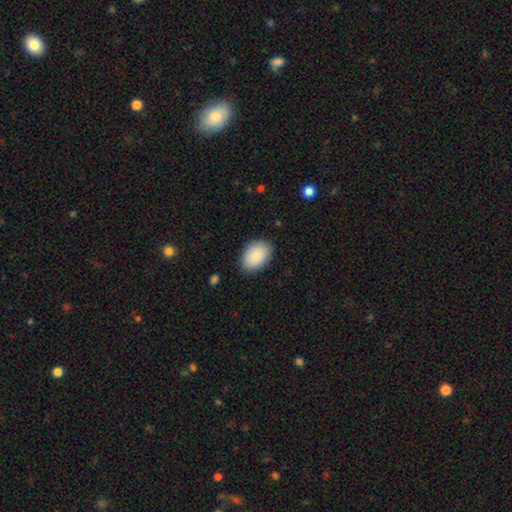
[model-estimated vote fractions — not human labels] Overall: smooth (89%). How rounded: in between (87%). Merging: none (87%).